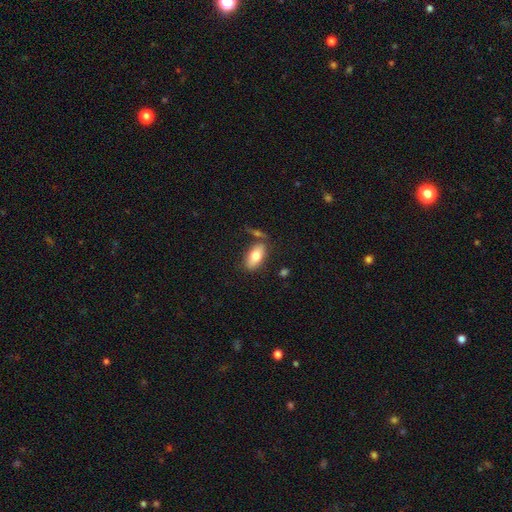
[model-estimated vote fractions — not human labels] smooth-or-featured: smooth: 76% | featured or disk: 17% | star or artifact: 6%
  how-rounded: in between: 89% | cigar-shaped: 7% | round: 3%
  merging: none: 71% | minor disturbance: 15% | merger: 10% | major disturbance: 4%